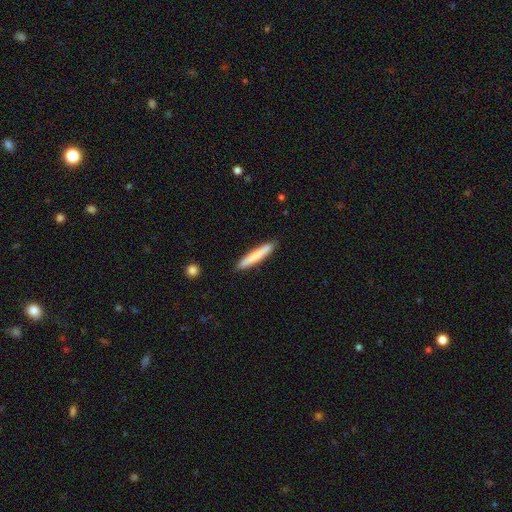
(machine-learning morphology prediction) smooth 76%, featured or disk 19%, star or artifact 5%. Down the decision tree: how rounded — cigar-shaped (95%); merging — none (89%).